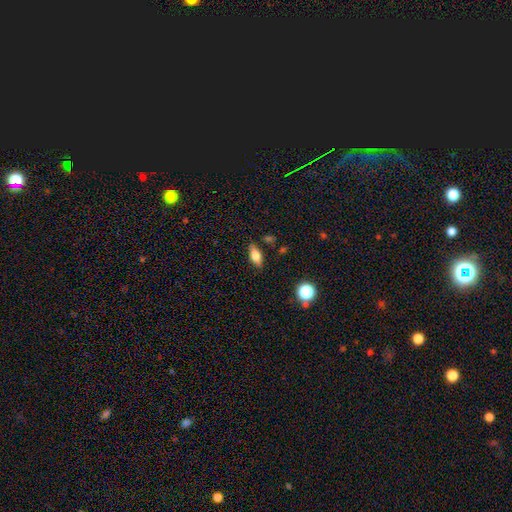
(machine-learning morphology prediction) Smooth or featured? smooth (71%)
How rounded? in between (78%)
Merging? none (83%)